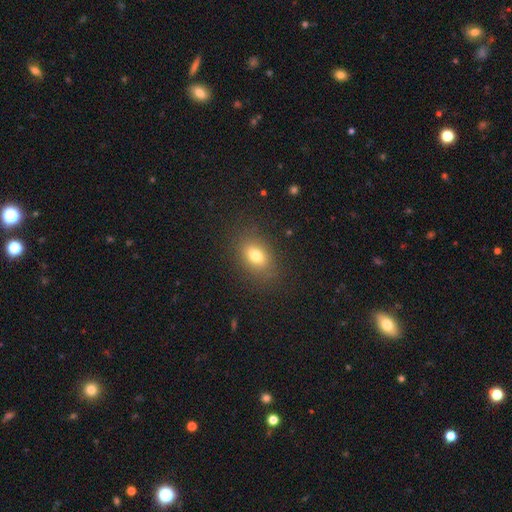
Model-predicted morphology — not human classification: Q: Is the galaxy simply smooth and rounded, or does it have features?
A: smooth — 77%.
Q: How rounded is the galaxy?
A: in between — 80%.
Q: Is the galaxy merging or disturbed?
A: none — 84%.